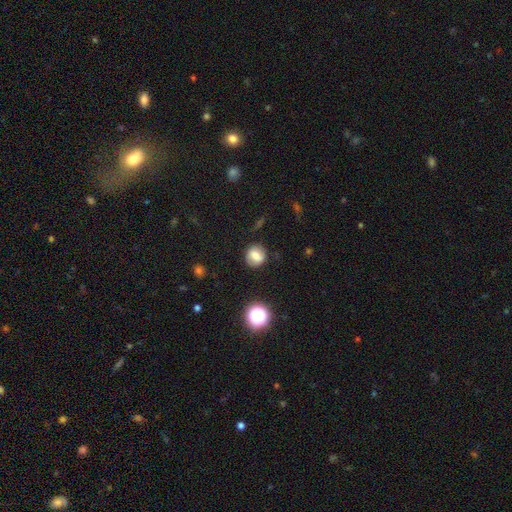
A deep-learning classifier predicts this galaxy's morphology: Smooth or featured: smooth — 72% (featured or disk — 15%)
How rounded: round — 77% (in between — 22%)
Merging: none — 82% (minor disturbance — 12%)